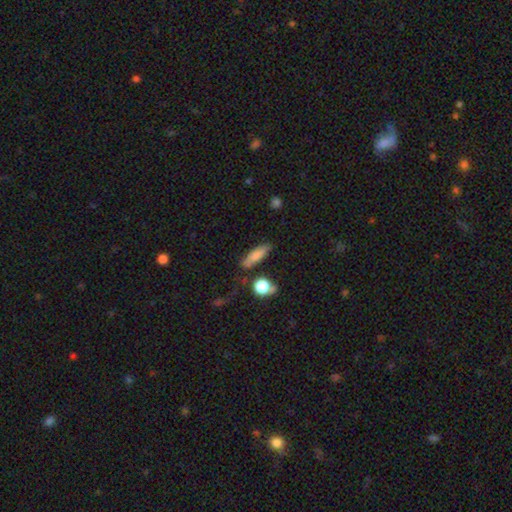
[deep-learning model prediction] smooth_or_featured: smooth (p=0.79) [alt: featured or disk p=0.13]
how_rounded: cigar-shaped (p=0.56) [alt: in between p=0.38]
merging: none (p=0.77) [alt: minor disturbance p=0.14]